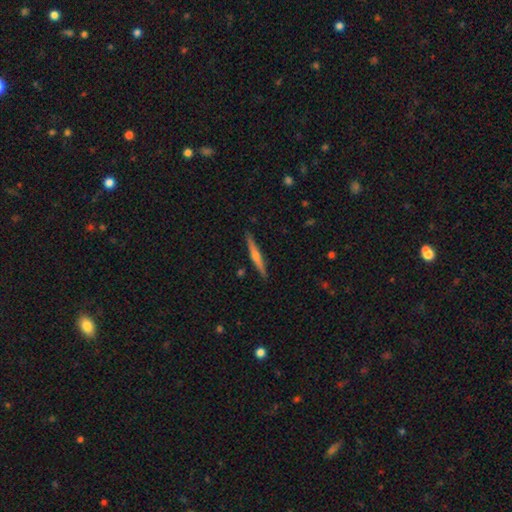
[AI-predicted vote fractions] This is likely a featured or disk galaxy (70%). It is clearly viewed edge-on (98%). Edge-on bulge: clearly rounded (81%). Merging: clearly none (91%).